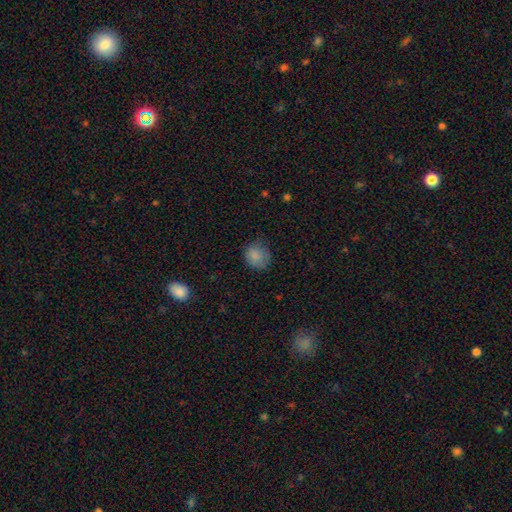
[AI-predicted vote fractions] Q: Smooth or featured?
A: smooth (83%); runner-up: star or artifact (9%)
Q: How rounded?
A: round (73%); runner-up: in between (26%)
Q: Merging?
A: none (65%); runner-up: minor disturbance (27%)